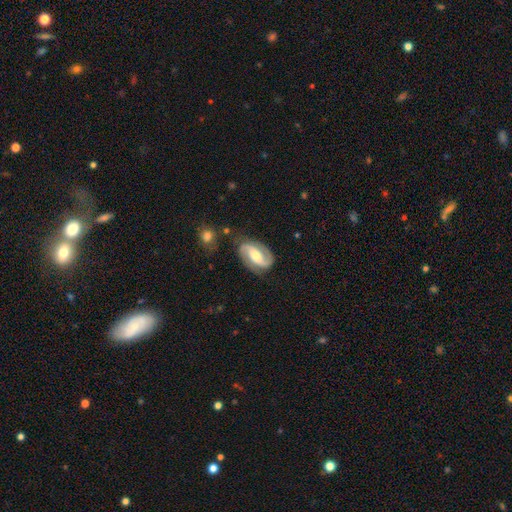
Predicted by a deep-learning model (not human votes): Overall: featured or disk (85%). Edge-on disk: no (97%). Bar: weak (36%; no 32%). Spiral arms: yes (96%). Spiral arm count: 2 (91%). Spiral winding: medium (47%; tight 27%). Bulge size: moderate (63%; small 29%). Merging: none (77%).